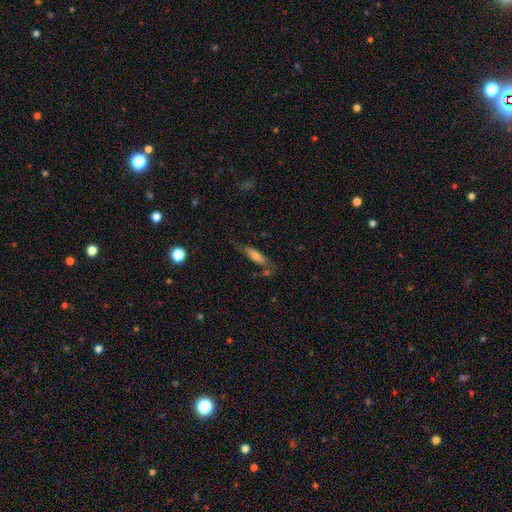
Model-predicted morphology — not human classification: A smooth galaxy with no disk features (55%) that is cigar-shaped (65%).

Vote fractions:
- Smooth or featured? smooth: 55% / featured or disk: 37% / star or artifact: 8%
- How rounded? cigar-shaped: 65% / in between: 33% / round: 3%
- Merging? none: 60% / minor disturbance: 22% / merger: 10% / major disturbance: 8%